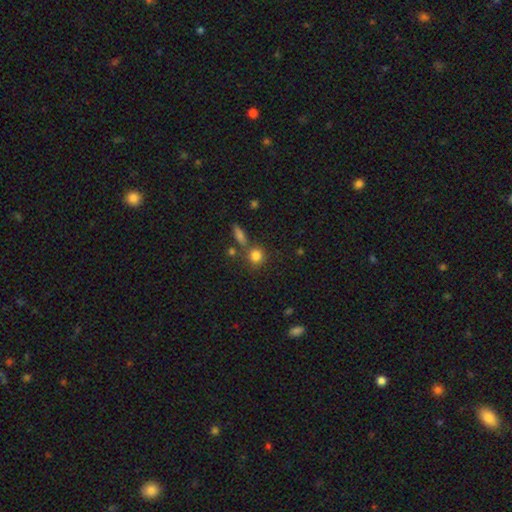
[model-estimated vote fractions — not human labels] The model was most divided on "merging": none: 68%, merger: 17%, minor disturbance: 11%, major disturbance: 4%. More confident: how rounded — round (81%); smooth or featured — smooth (81%).